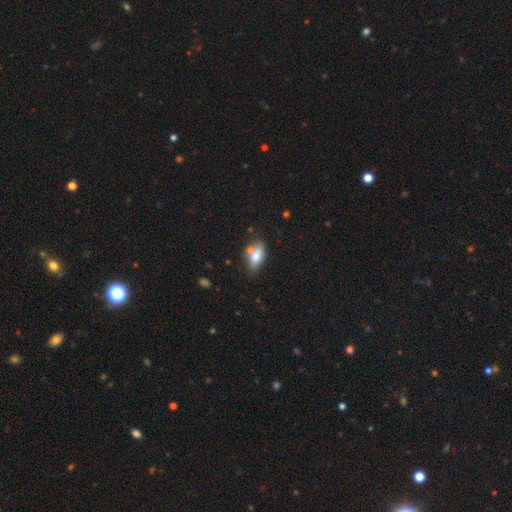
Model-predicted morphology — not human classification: The model was most divided on "merging": none: 51%, minor disturbance: 23%, merger: 19%, major disturbance: 7%. More confident: how rounded — in between (87%); smooth or featured — smooth (73%).